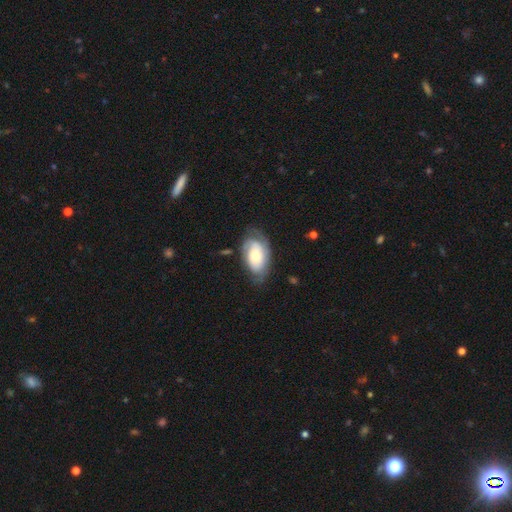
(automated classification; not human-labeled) The model was most divided on "smooth or featured": featured or disk: 55%, smooth: 39%, star or artifact: 6%. More confident: edge-on disk — no (93%); bar — no (77%); spiral arms — yes (75%); merging — none (61%); bulge size — moderate (52%).